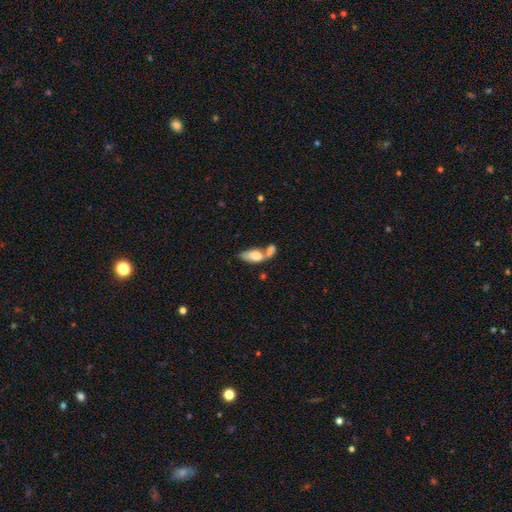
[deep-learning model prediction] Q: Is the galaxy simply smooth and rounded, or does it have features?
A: smooth — 72%.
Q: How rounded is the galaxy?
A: in between — 86%.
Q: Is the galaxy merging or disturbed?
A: merger — 62%.